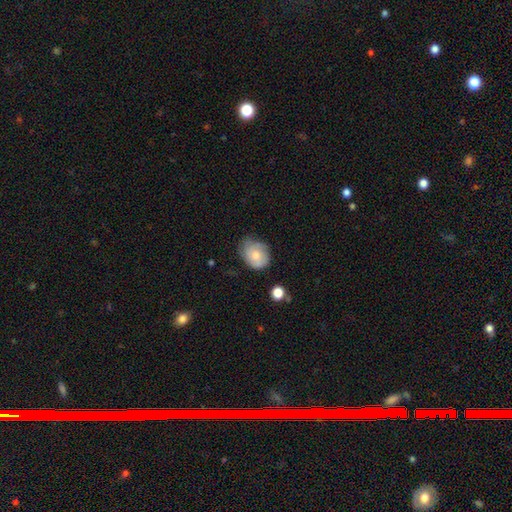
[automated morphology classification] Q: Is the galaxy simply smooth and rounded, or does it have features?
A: smooth — 62%.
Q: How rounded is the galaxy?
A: in between — 51%.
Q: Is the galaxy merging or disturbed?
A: none — 54%.